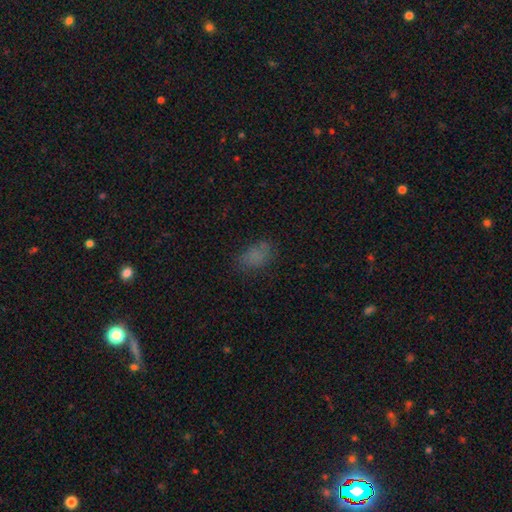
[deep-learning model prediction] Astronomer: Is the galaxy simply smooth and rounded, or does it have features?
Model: smooth — 74%.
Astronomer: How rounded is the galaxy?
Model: in between — 87%.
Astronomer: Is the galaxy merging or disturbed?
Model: none — 66%.